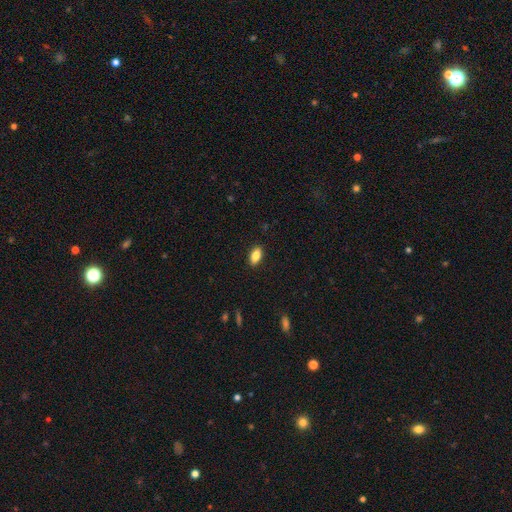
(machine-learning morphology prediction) This is clearly a smooth galaxy (82%). How rounded: clearly in between (89%). Merging: clearly none (90%).